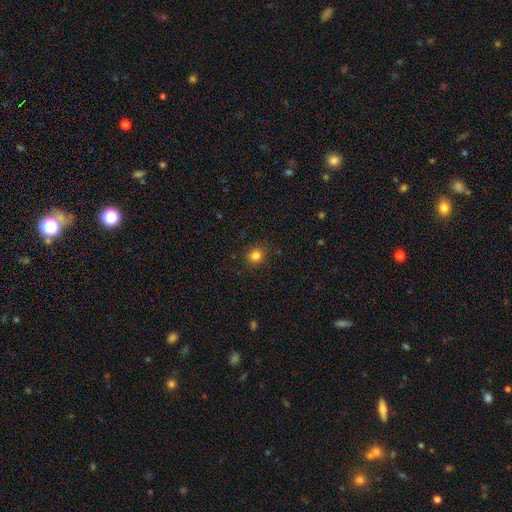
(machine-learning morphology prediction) smooth_or_featured: smooth (p=0.83) [alt: star or artifact p=0.13]
how_rounded: round (p=0.86) [alt: in between p=0.13]
merging: none (p=0.88) [alt: minor disturbance p=0.09]